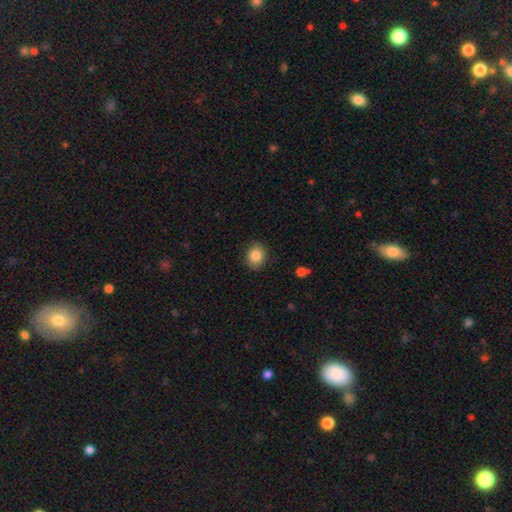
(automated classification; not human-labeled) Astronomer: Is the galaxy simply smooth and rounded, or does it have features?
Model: smooth — 85%.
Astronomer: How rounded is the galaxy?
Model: round — 64%.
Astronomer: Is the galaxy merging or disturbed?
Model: none — 88%.